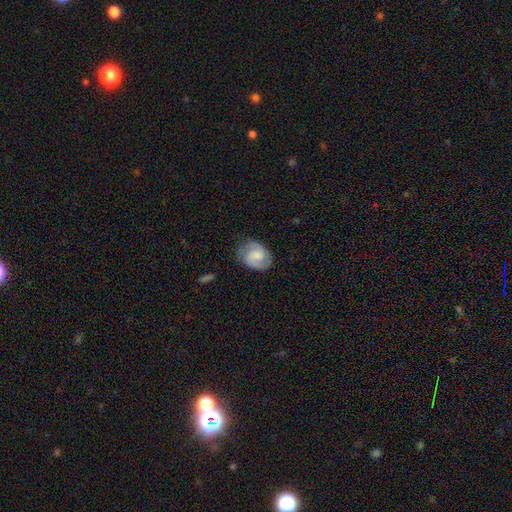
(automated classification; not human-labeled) The model was most divided on "bulge size": none: 30%, moderate: 29%, small: 24%, large: 15%, dominant: 2%. Remaining: edge-on disk — no (98%); spiral arms — yes (90%); merging — none (71%); smooth or featured — featured or disk (55%); bar — no (49%).